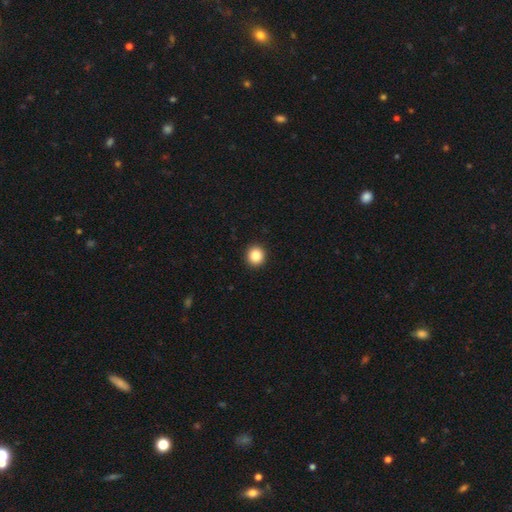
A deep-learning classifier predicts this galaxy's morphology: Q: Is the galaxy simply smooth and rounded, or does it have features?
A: smooth — 86%.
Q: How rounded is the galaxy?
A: round — 92%.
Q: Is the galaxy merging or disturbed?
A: none — 94%.